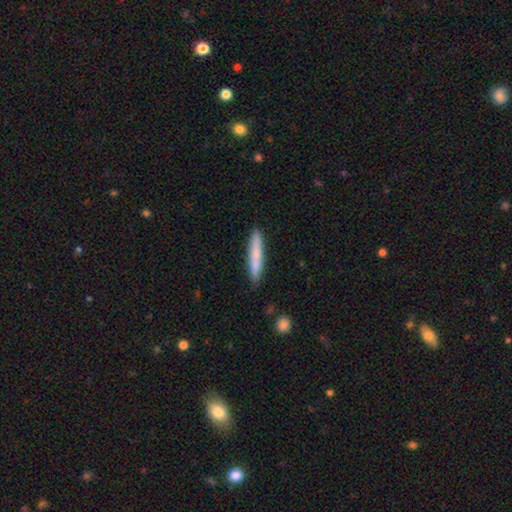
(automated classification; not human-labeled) Smooth or featured: smooth — 74% (featured or disk — 21%)
How rounded: cigar-shaped — 93% (in between — 6%)
Merging: none — 87% (minor disturbance — 10%)